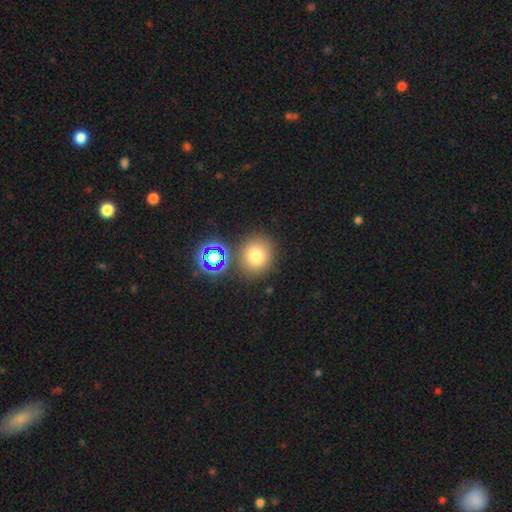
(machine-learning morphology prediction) Q: Smooth or featured?
A: smooth (71%); runner-up: star or artifact (19%)
Q: How rounded?
A: round (84%); runner-up: in between (15%)
Q: Merging?
A: none (79%); runner-up: merger (9%)